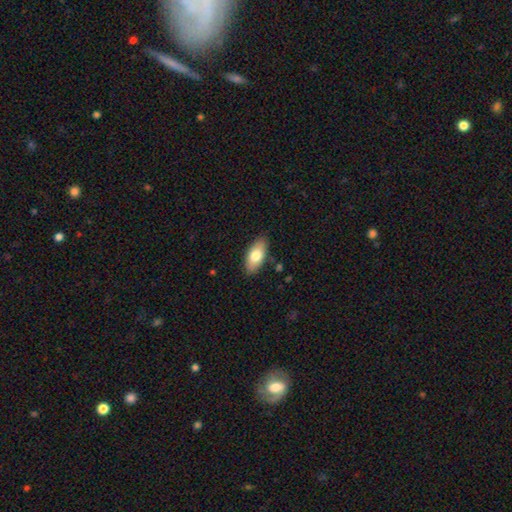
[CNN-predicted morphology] Smooth or featured?
  - smooth: 75% *
  - featured or disk: 18%
  - star or artifact: 6%
How rounded?
  - in between: 89% *
  - cigar-shaped: 9%
  - round: 3%
Merging?
  - none: 86% *
  - minor disturbance: 11%
  - major disturbance: 2%
  - merger: 1%